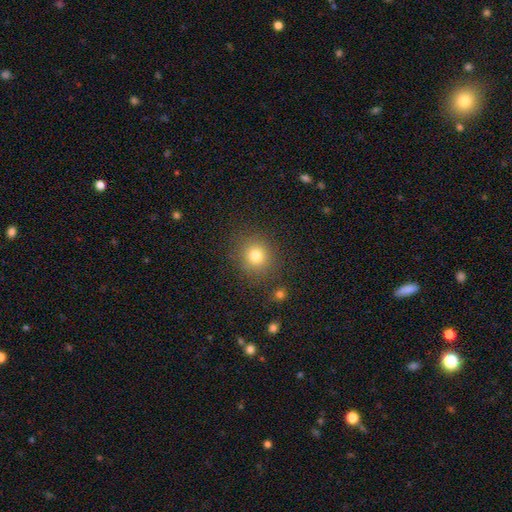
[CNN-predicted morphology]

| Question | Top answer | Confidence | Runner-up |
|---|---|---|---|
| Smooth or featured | smooth | 79% | star or artifact (13%) |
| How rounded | round | 84% | in between (15%) |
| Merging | none | 84% | minor disturbance (10%) |